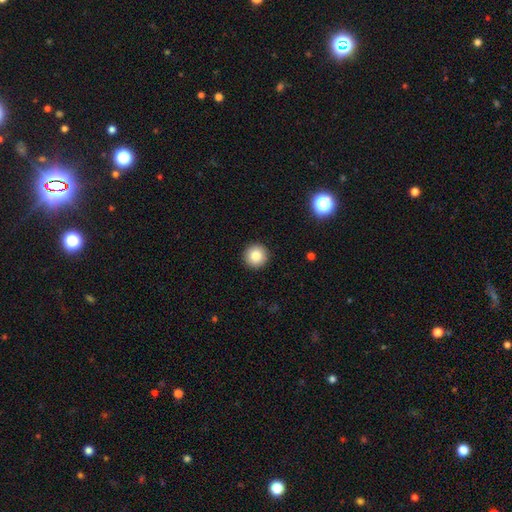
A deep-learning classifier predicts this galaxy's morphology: Overall: smooth (83%). How rounded: round (96%). Merging: none (93%).